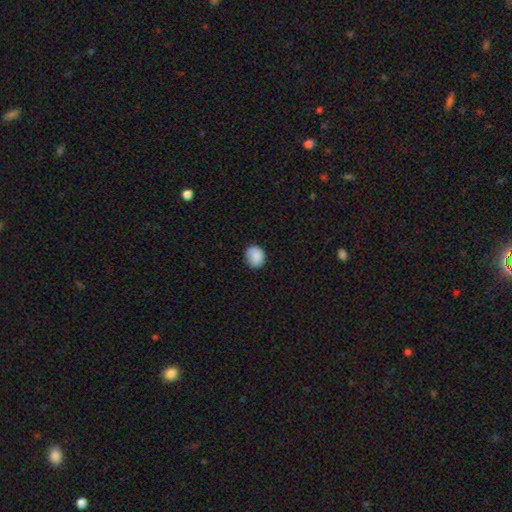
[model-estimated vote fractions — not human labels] Morphology: type=smooth (87%); roundness=round (74%); merging=none (81%).